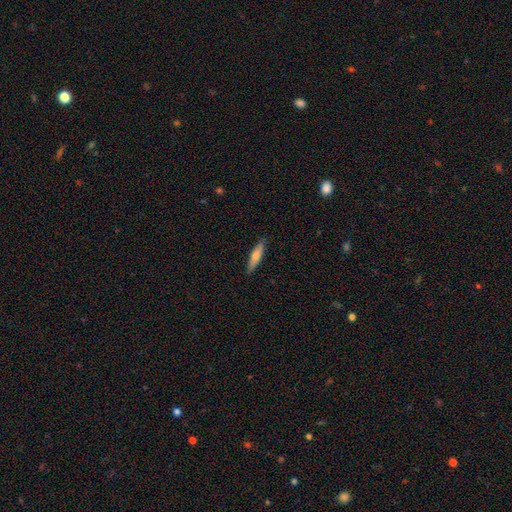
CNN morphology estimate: Smooth or featured?
  - smooth: 55% *
  - featured or disk: 39%
  - star or artifact: 6%
How rounded?
  - cigar-shaped: 83% *
  - in between: 16%
  - round: 2%
Merging?
  - none: 89% *
  - minor disturbance: 8%
  - major disturbance: 2%
  - merger: 1%